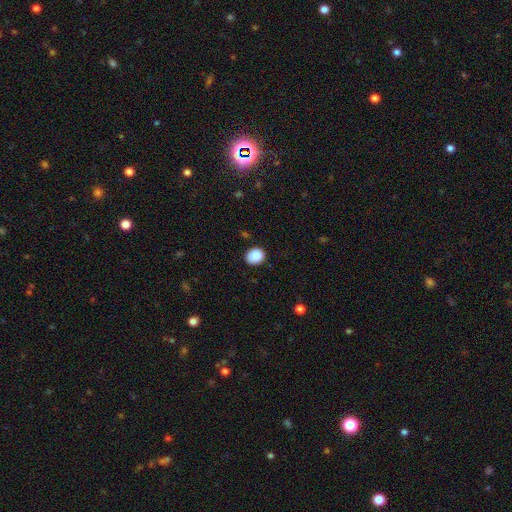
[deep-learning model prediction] smooth_or_featured: smooth (p=0.87) [alt: star or artifact p=0.09]
how_rounded: round (p=0.61) [alt: in between p=0.38]
merging: none (p=0.80) [alt: minor disturbance p=0.15]